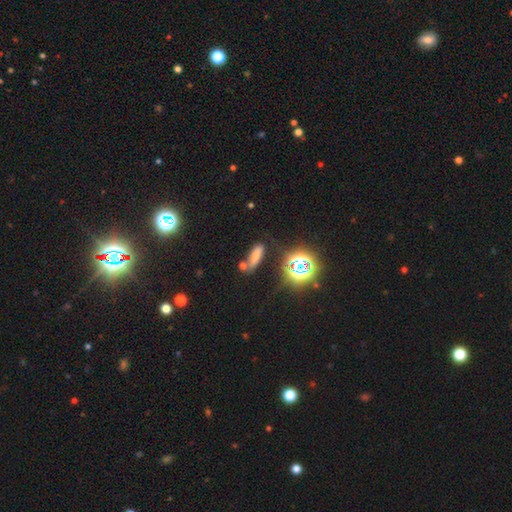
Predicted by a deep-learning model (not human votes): Smooth or featured: smooth — 66% (star or artifact — 25%)
How rounded: in between — 48% (cigar-shaped — 46%)
Merging: none — 63% (minor disturbance — 16%)